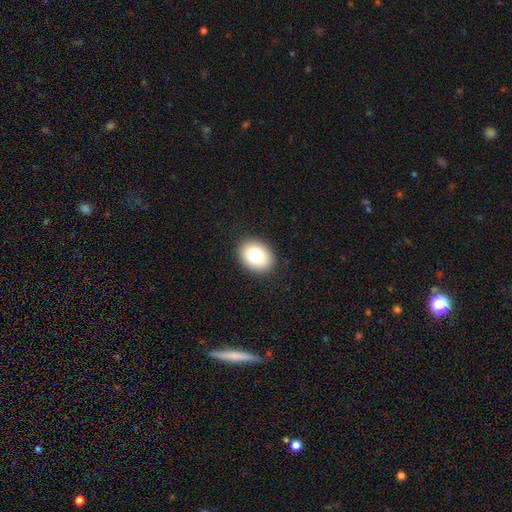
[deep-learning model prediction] Smooth or featured: smooth — 86% (star or artifact — 8%)
How rounded: in between — 70% (round — 29%)
Merging: none — 90% (minor disturbance — 7%)